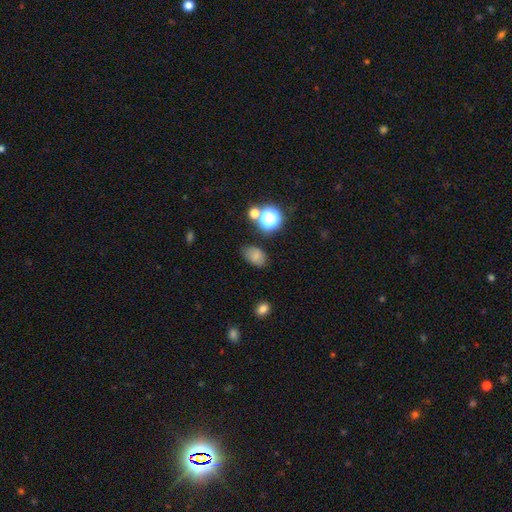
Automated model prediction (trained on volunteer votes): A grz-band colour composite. It shows a smooth galaxy with no disk features (74%) that is in between round and cigar-shaped (80%). Merging: none (70%).